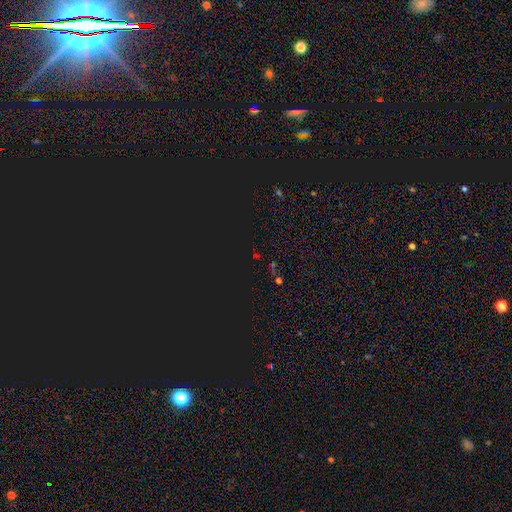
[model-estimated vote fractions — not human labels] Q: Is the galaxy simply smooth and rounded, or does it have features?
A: star or artifact — 74%.